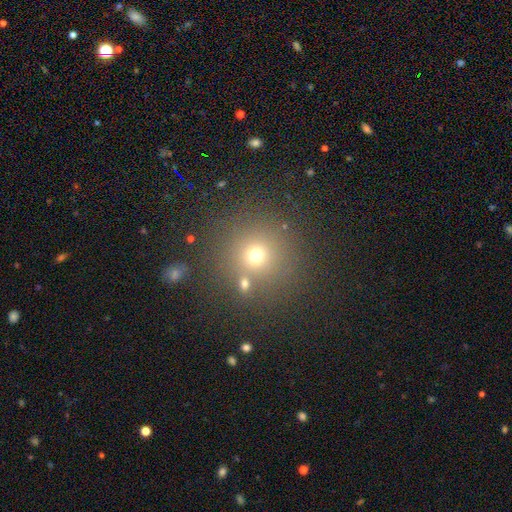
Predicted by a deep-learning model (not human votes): Smooth or featured?
  - smooth: 67% *
  - star or artifact: 24%
  - featured or disk: 9%
How rounded?
  - round: 92% *
  - in between: 7%
  - cigar-shaped: 1%
Merging?
  - none: 78% *
  - merger: 9%
  - minor disturbance: 9%
  - major disturbance: 4%